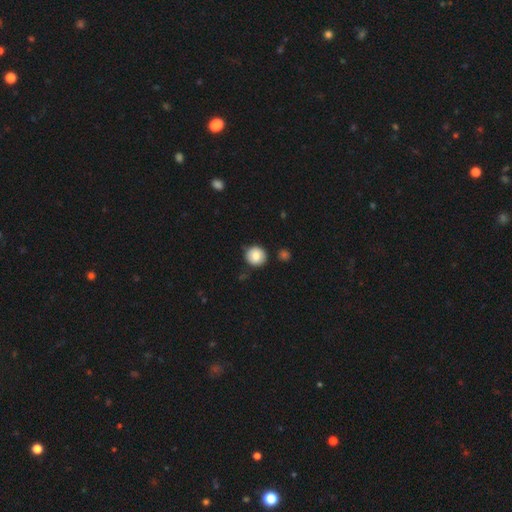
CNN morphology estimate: type=smooth (81%); roundness=round (90%); merging=none (83%).